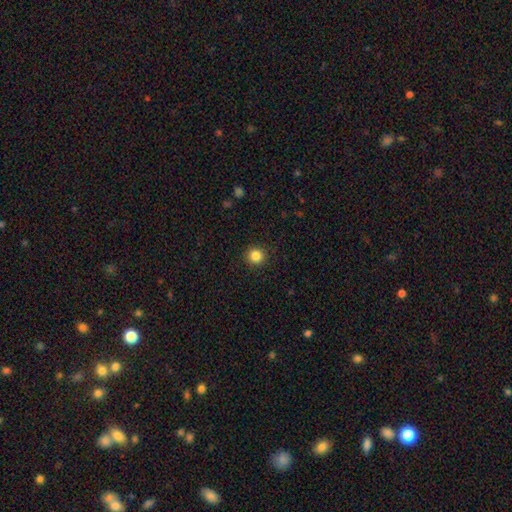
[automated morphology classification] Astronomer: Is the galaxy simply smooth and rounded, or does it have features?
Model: smooth — 85%.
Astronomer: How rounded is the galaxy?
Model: round — 94%.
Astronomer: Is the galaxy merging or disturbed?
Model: none — 92%.